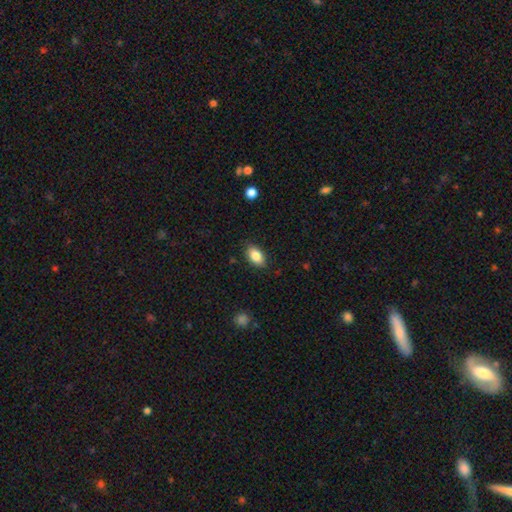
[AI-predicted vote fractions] Smooth or featured? smooth (85%)
How rounded? in between (91%)
Merging? none (86%)